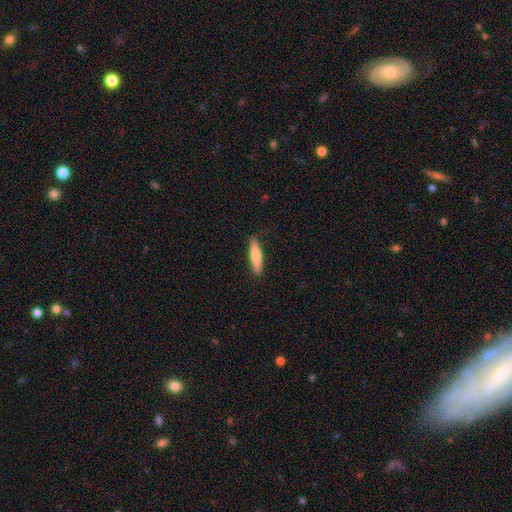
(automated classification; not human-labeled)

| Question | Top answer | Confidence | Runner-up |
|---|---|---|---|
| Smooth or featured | smooth | 79% | featured or disk (16%) |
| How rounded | cigar-shaped | 83% | in between (16%) |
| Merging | none | 88% | minor disturbance (9%) |